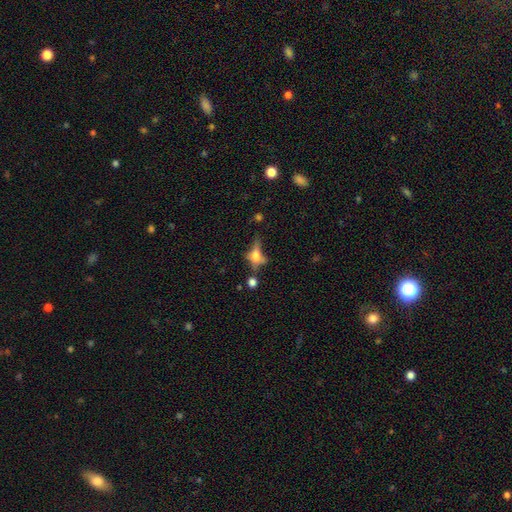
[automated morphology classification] Overall: smooth (46%; featured or disk 39%). Merging: none (42%; major disturbance 23%).